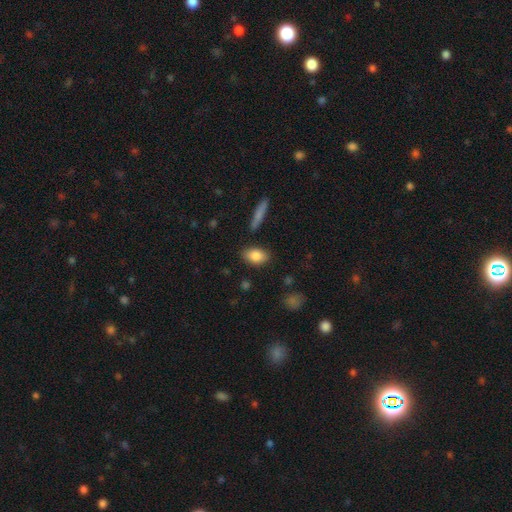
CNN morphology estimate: A smooth galaxy with no disk features (84%) that is in between round and cigar-shaped (87%). Merging: none (83%).